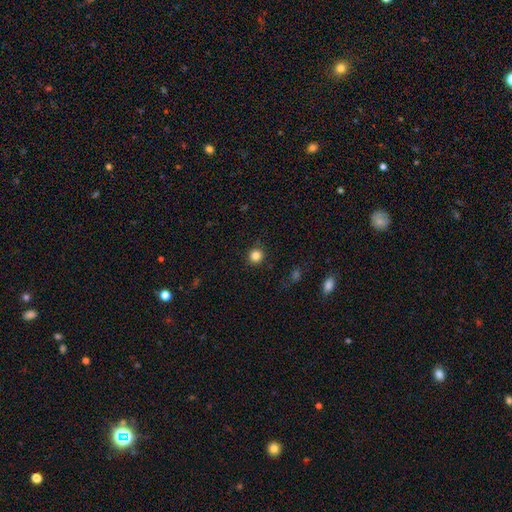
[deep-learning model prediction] A smooth galaxy with no disk features (84%) that is round (92%). Merging: none (90%).